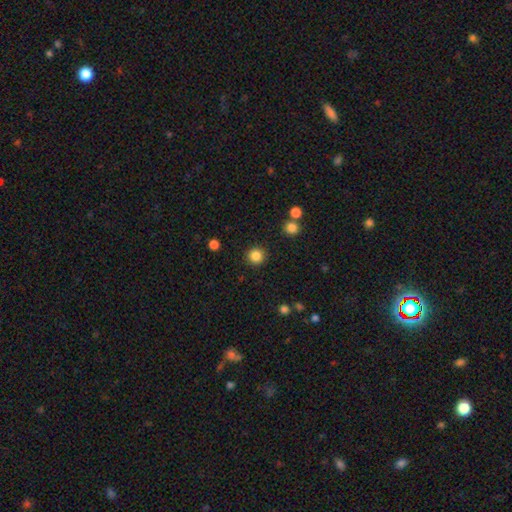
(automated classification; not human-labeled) smooth_or_featured: smooth (p=0.85) [alt: star or artifact p=0.11]
how_rounded: round (p=0.94) [alt: in between p=0.05]
merging: none (p=0.91) [alt: minor disturbance p=0.05]